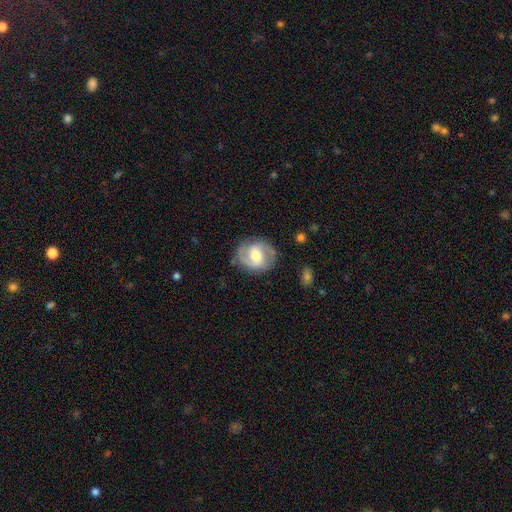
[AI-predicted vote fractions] Smooth or featured?
  - featured or disk: 70% *
  - smooth: 24%
  - star or artifact: 6%
Edge-on disk?
  - no: 97% *
  - yes: 3%
Bar?
  - weak: 50% *
  - no: 31%
  - strong: 20%
Spiral arms?
  - yes: 86% *
  - no: 14%
Spiral winding?
  - medium: 50% *
  - tight: 27%
  - loose: 23%
Spiral arm count?
  - 2: 87% *
  - can't tell: 6%
  - 1: 3%
  - 3: 1%
  - 4: 1%
  - more than 4: 1%
Bulge size?
  - moderate: 69% *
  - small: 17%
  - large: 12%
  - none: 1%
  - dominant: 1%
Merging?
  - none: 80% *
  - minor disturbance: 13%
  - major disturbance: 5%
  - merger: 1%